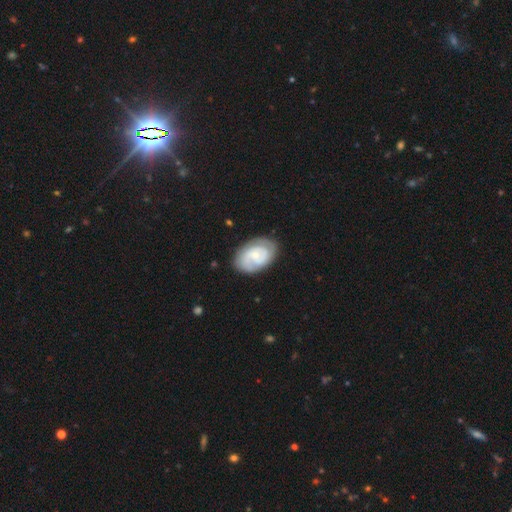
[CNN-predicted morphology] The model was most divided on "spiral winding": tight: 59%, medium: 31%, loose: 10%. More confident: edge-on disk — no (97%); spiral arms — yes (88%); merging — none (76%); smooth or featured — featured or disk (74%); bulge size — small (65%); bar — no (65%); spiral arm count — 2 (55%).